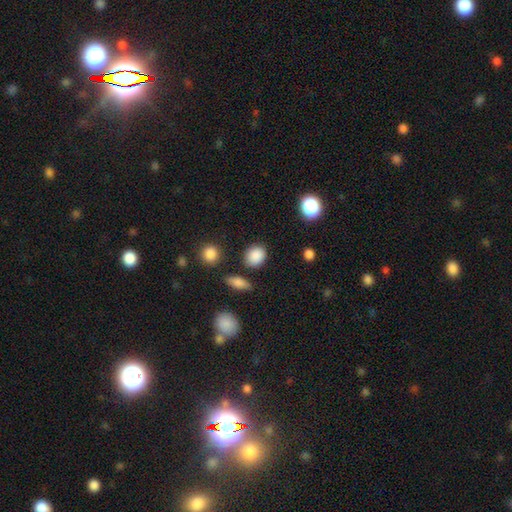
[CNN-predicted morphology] Q: Smooth or featured?
A: smooth (87%); runner-up: star or artifact (9%)
Q: How rounded?
A: round (54%); runner-up: in between (45%)
Q: Merging?
A: none (83%); runner-up: minor disturbance (11%)